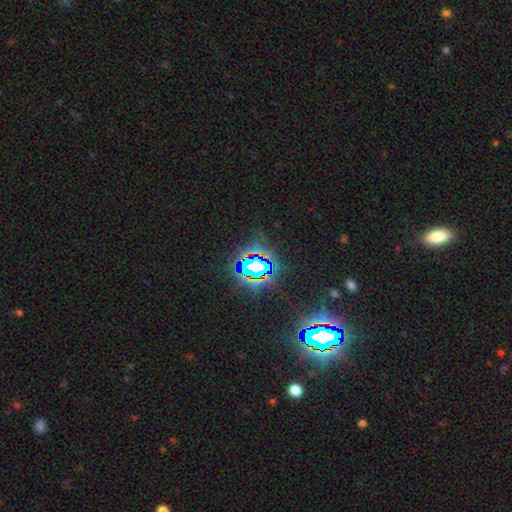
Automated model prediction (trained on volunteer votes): Overall: star or artifact (81%).